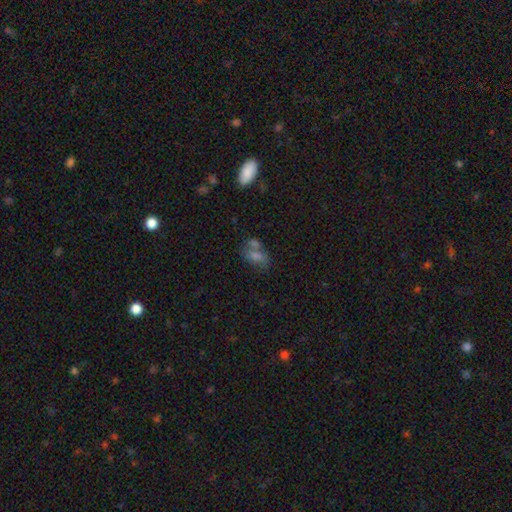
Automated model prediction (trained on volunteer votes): smooth-or-featured: smooth: 66% | featured or disk: 18% | star or artifact: 16%
  how-rounded: in between: 84% | round: 11% | cigar-shaped: 5%
  merging: none: 43% | merger: 32% | minor disturbance: 16% | major disturbance: 8%